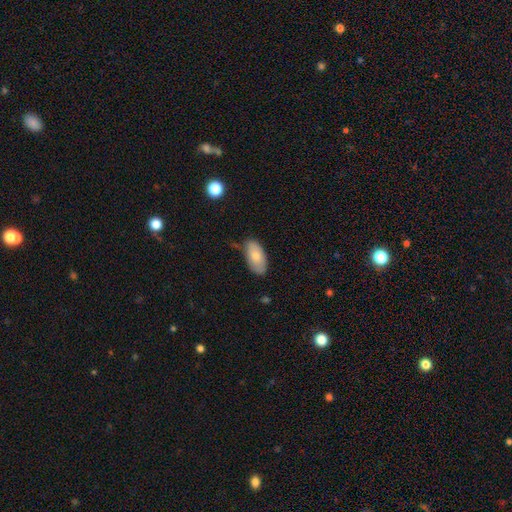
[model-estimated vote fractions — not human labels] This is likely a smooth galaxy (77%). How rounded: clearly in between (94%). Merging: likely none (72%).